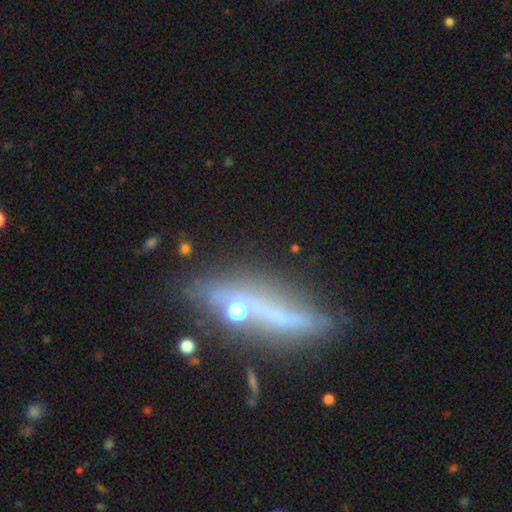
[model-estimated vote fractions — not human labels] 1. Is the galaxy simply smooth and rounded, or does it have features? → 57% featured or disk, 28% smooth, 15% star or artifact.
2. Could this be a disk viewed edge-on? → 73% yes, 27% no.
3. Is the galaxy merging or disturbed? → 57% none, 21% minor disturbance, 13% major disturbance, 9% merger.